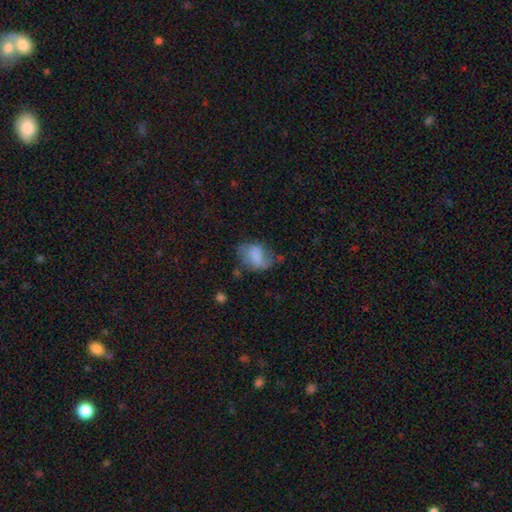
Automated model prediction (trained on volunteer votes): The model was most divided on "merging": none: 43%, minor disturbance: 31%, major disturbance: 21%, merger: 5%. More confident: how rounded — in between (76%); smooth or featured — smooth (68%).